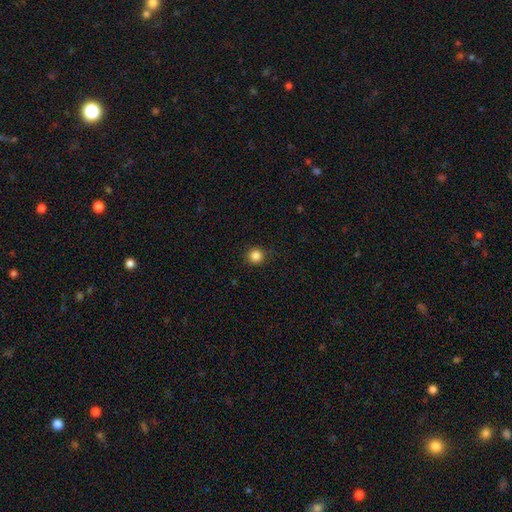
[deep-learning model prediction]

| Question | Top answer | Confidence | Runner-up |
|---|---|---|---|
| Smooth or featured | smooth | 85% | star or artifact (12%) |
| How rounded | round | 94% | in between (5%) |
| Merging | none | 90% | minor disturbance (7%) |